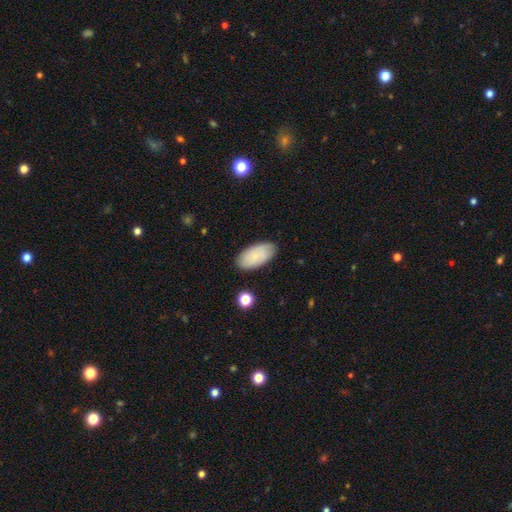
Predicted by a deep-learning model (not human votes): smooth 85%, featured or disk 9%, star or artifact 6%. Down the decision tree: how rounded — in between (94%); merging — none (85%).